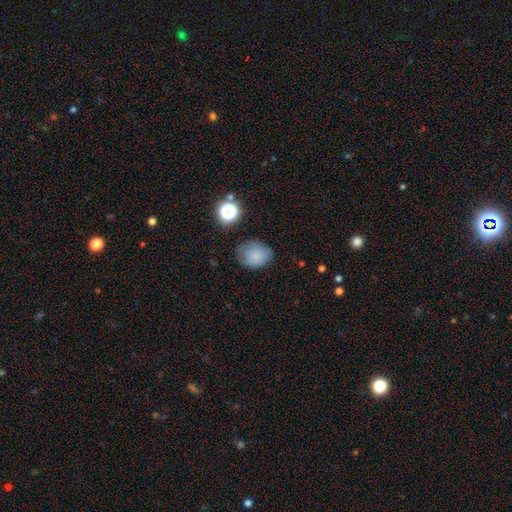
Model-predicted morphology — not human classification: This is likely a smooth galaxy (77%). How rounded: possibly round (53%). Merging: likely none (66%).